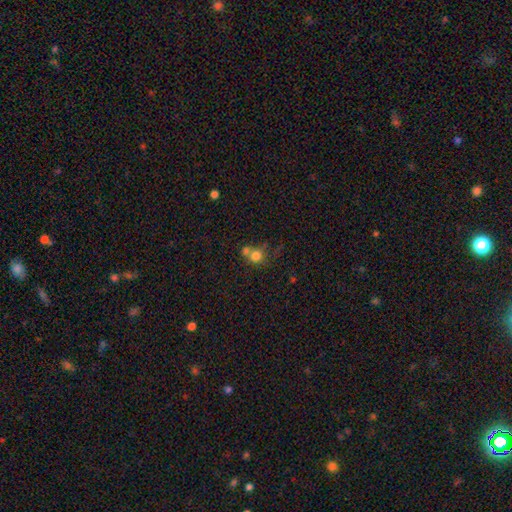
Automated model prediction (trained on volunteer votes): Smooth or featured? smooth (77%)
How rounded? round (84%)
Merging? merger (45%)